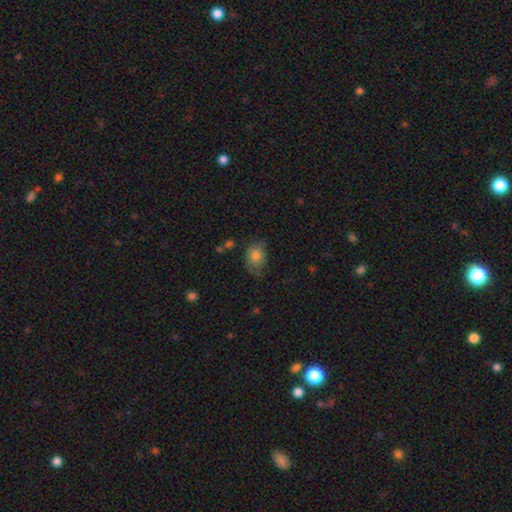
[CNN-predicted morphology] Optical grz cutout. It shows a smooth galaxy with no disk features (75%) that is in between round and cigar-shaped (65%). Merging: none (50%).